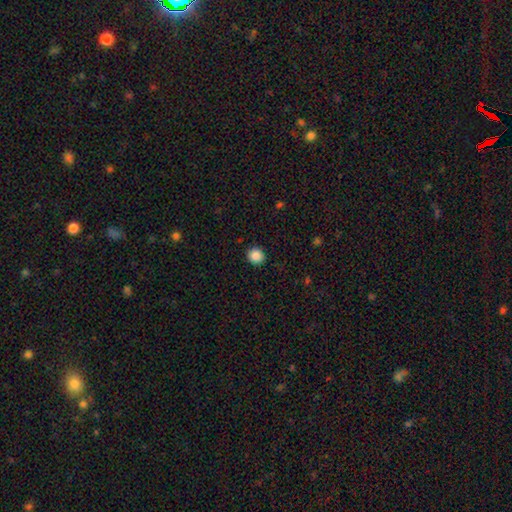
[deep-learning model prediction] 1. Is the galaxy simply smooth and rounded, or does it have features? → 87% smooth, 10% star or artifact, 3% featured or disk.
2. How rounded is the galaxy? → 91% round, 8% in between, 1% cigar-shaped.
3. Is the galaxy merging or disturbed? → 91% none, 6% minor disturbance, 2% major disturbance, 1% merger.